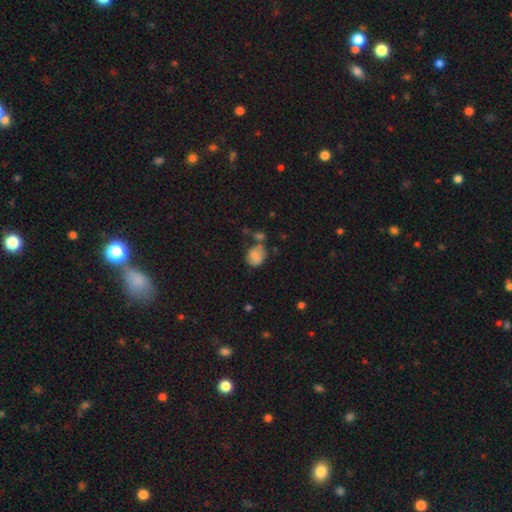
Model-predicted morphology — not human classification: Smooth or featured? smooth (78%)
How rounded? round (61%)
Merging? none (44%)